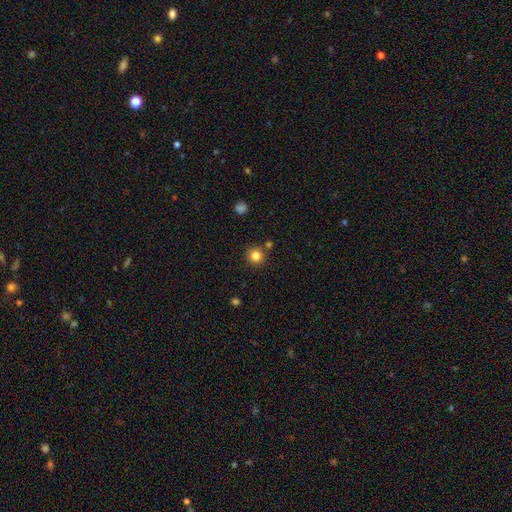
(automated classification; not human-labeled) smooth_or_featured: smooth (p=0.83) [alt: star or artifact p=0.12]
how_rounded: round (p=0.95) [alt: in between p=0.04]
merging: none (p=0.86) [alt: minor disturbance p=0.07]